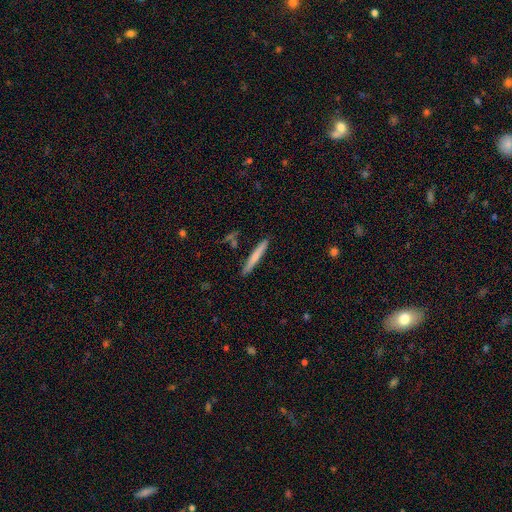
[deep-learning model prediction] Smooth or featured? Predicted: smooth (p=0.66). How rounded? Predicted: cigar-shaped (p=0.96). Merging? Predicted: none (p=0.88).